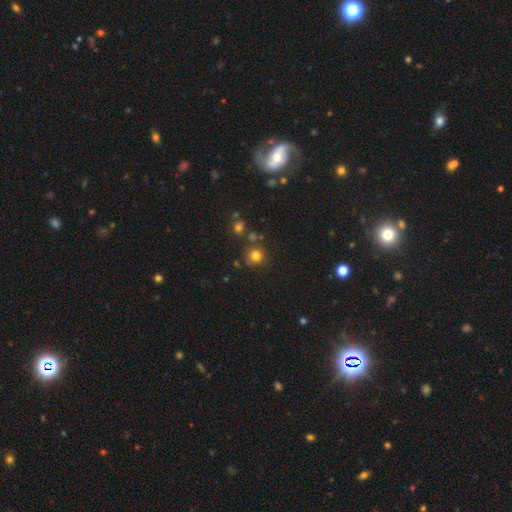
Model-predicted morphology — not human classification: Smooth or featured: smooth — 77% (star or artifact — 17%)
How rounded: round — 91% (in between — 8%)
Merging: none — 75% (minor disturbance — 11%)